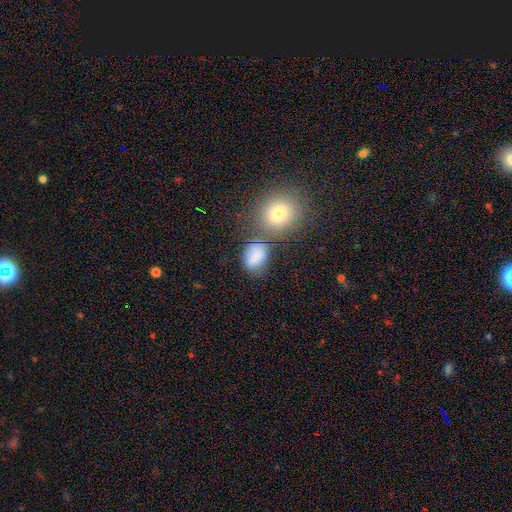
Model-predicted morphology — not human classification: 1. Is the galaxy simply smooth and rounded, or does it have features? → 81% smooth, 11% star or artifact, 7% featured or disk.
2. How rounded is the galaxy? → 73% in between, 25% round, 2% cigar-shaped.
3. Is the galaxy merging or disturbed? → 59% none, 19% minor disturbance, 14% merger, 8% major disturbance.